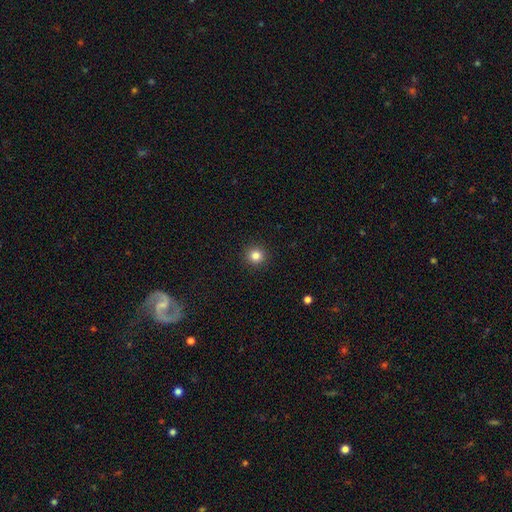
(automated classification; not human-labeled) smooth-or-featured: smooth: 84% | star or artifact: 12% | featured or disk: 5%
  how-rounded: round: 94% | in between: 5% | cigar-shaped: 1%
  merging: none: 93% | minor disturbance: 4% | major disturbance: 2% | merger: 1%